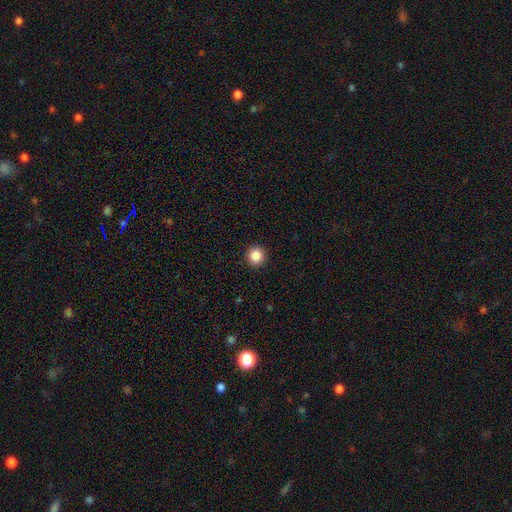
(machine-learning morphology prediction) The model was most divided on "smooth or featured": smooth: 87%, star or artifact: 10%, featured or disk: 3%. More confident: how rounded — round (94%); merging — none (93%).